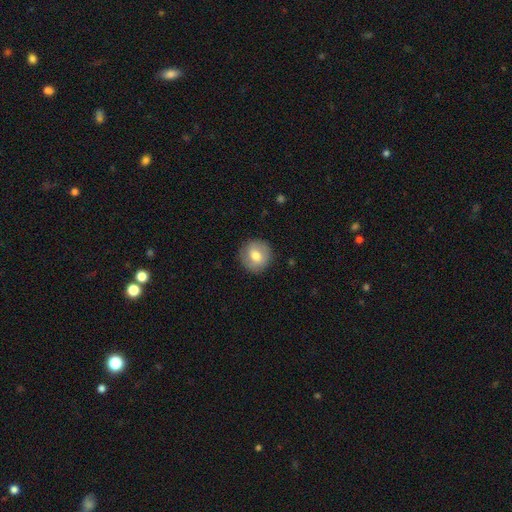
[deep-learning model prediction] The model was most divided on "smooth or featured": smooth: 70%, featured or disk: 22%, star or artifact: 8%. More confident: how rounded — round (90%); merging — none (88%).